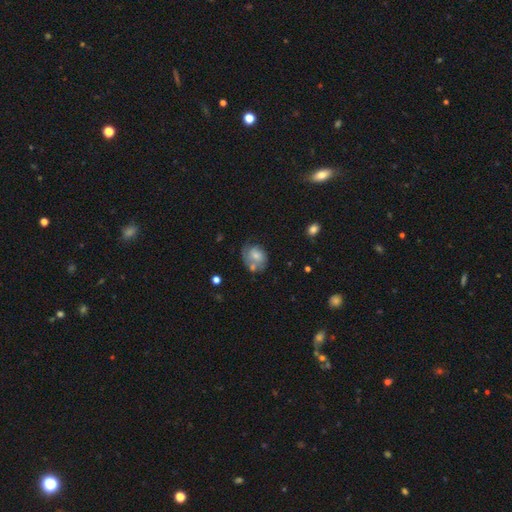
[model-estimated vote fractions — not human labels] smooth-or-featured: smooth: 52% | featured or disk: 39% | star or artifact: 9%
  how-rounded: in between: 53% | round: 46% | cigar-shaped: 1%
  merging: none: 42% | minor disturbance: 25% | merger: 16% | major disturbance: 16%